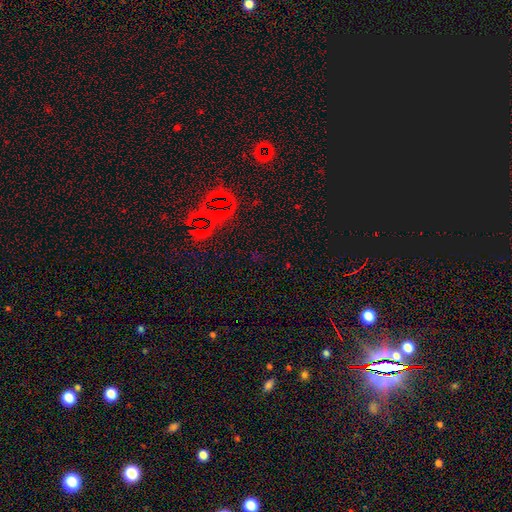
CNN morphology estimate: Smooth or featured? star or artifact (73%)